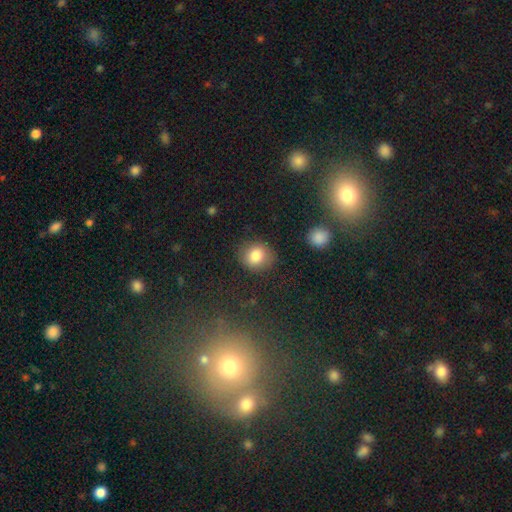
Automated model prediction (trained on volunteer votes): smooth 83%, star or artifact 10%, featured or disk 8%. Down the decision tree: how rounded — round (75%); merging — none (83%).